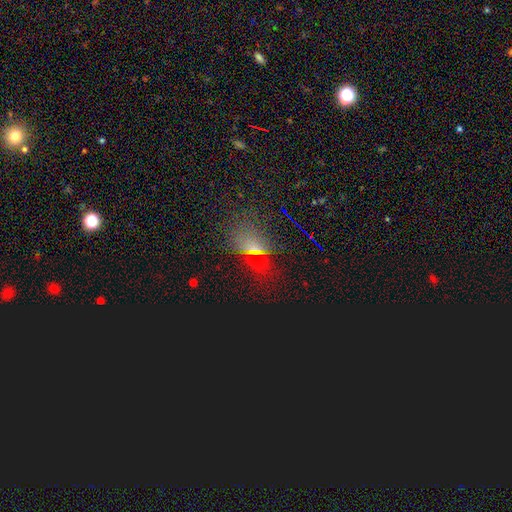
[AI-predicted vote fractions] smooth-or-featured: star or artifact: 48% | smooth: 40% | featured or disk: 12%